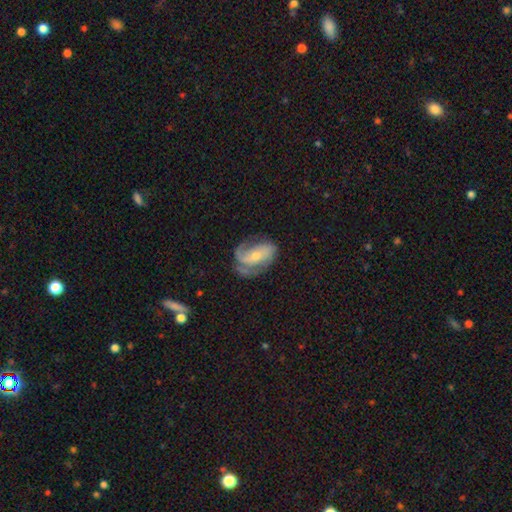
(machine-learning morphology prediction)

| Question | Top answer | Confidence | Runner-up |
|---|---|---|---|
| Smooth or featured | featured or disk | 77% | smooth (16%) |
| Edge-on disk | no | 96% | yes (4%) |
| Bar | no | 49% | weak (31%) |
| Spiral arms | yes | 92% | no (8%) |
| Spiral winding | medium | 42% | tight (37%) |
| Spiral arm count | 2 | 57% | 1 (17%) |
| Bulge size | small | 57% | moderate (38%) |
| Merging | none | 55% | minor disturbance (24%) |